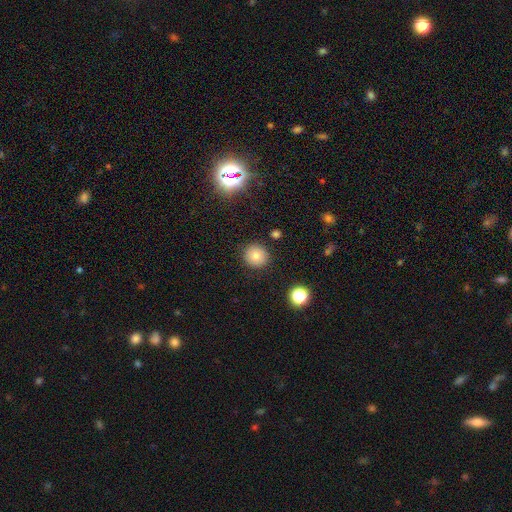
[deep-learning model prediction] This appears to be a smooth galaxy with no disk features (77%) that is round (93%). Merging: none (90%).